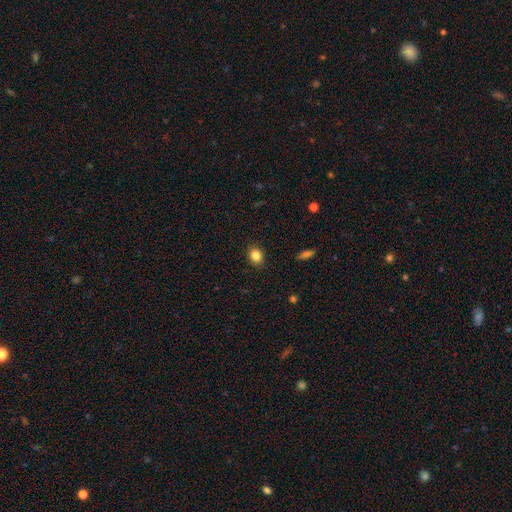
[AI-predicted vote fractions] smooth_or_featured: smooth (p=0.84) [alt: star or artifact p=0.10]
how_rounded: in between (p=0.53) [alt: round p=0.46]
merging: none (p=0.89) [alt: minor disturbance p=0.08]